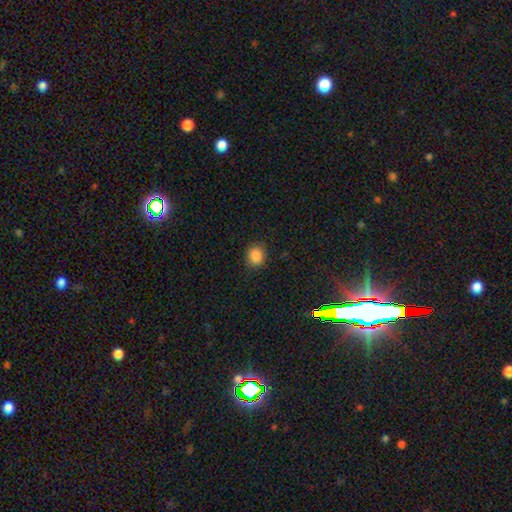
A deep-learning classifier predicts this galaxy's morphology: This is clearly a smooth galaxy (87%). How rounded: likely round (74%). Merging: clearly none (86%).